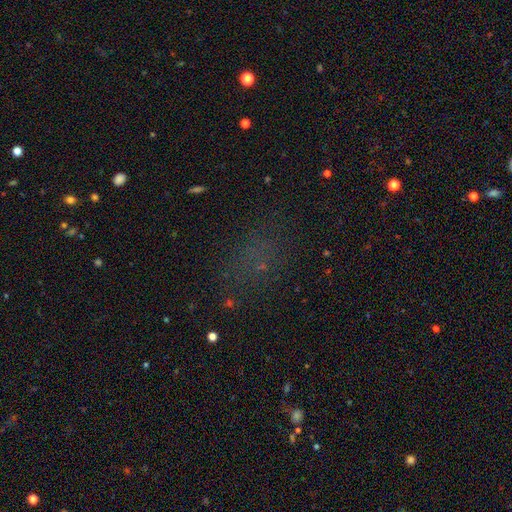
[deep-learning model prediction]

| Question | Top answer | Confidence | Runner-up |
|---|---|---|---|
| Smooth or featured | star or artifact | 47% | smooth (42%) |